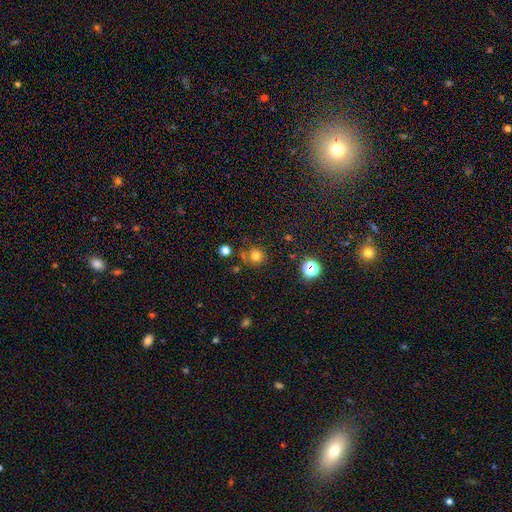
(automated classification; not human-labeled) Overall: smooth (74%). How rounded: round (92%). Merging: none (73%).